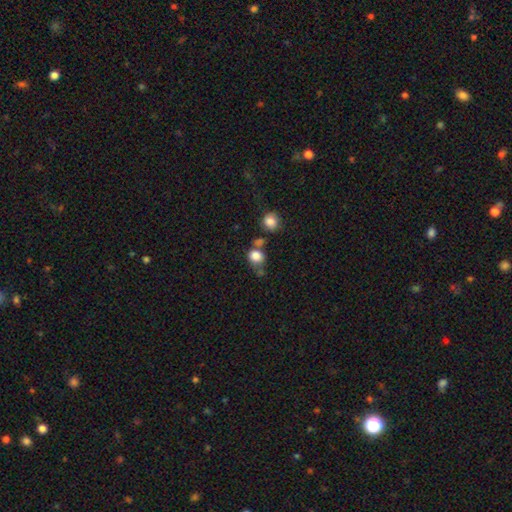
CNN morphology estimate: This is clearly a smooth galaxy (83%). How rounded: likely round (71%). Merging: possibly none (56%).